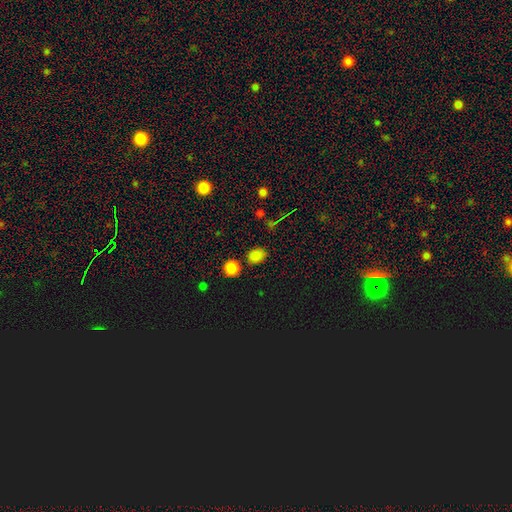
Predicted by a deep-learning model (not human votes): Q: Smooth or featured?
A: smooth (77%); runner-up: star or artifact (18%)
Q: How rounded?
A: round (60%); runner-up: in between (38%)
Q: Merging?
A: none (79%); runner-up: minor disturbance (12%)